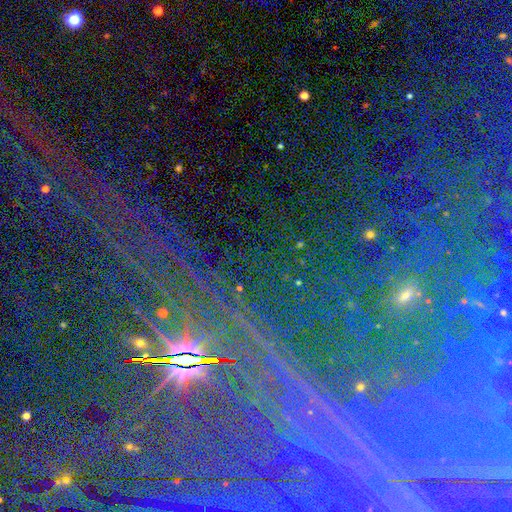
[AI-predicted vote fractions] Smooth or featured? Predicted: star or artifact (p=0.81).